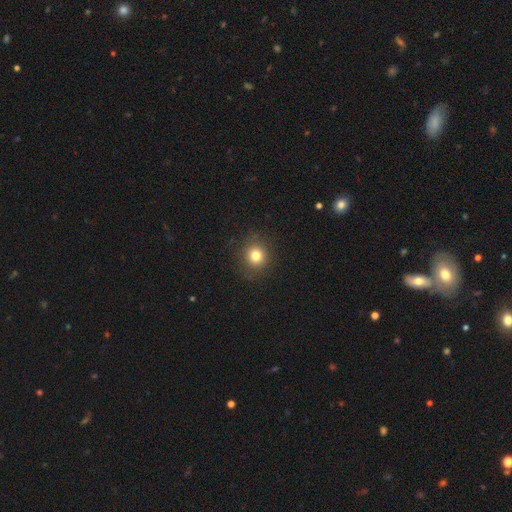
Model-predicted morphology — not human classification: The model was most divided on "smooth or featured": smooth: 80%, star or artifact: 13%, featured or disk: 7%. More confident: merging — none (89%); how rounded — round (88%).